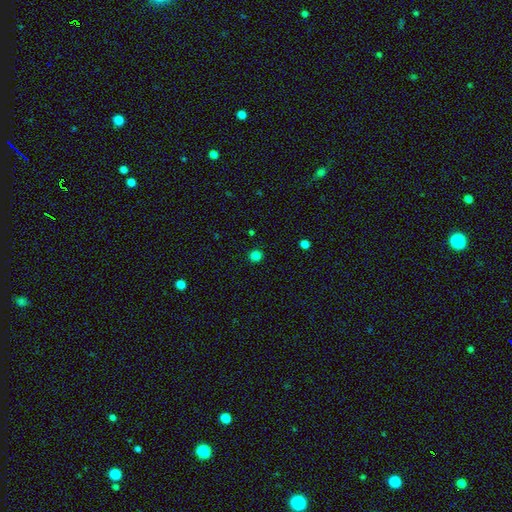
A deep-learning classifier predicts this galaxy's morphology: This appears to be a smooth galaxy with no disk features (82%) that is round (92%). Merging: none (91%).